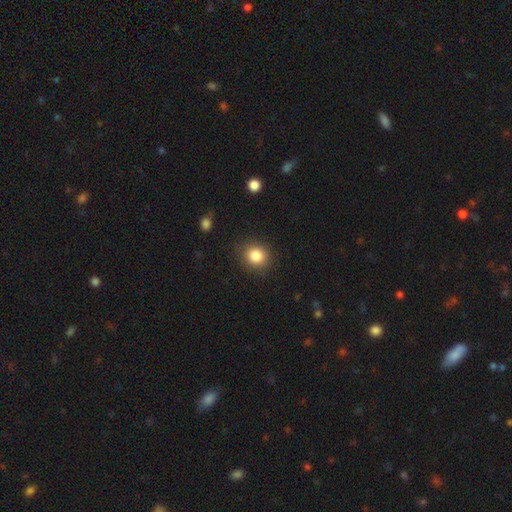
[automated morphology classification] Smooth or featured?
  - smooth: 84% *
  - star or artifact: 10%
  - featured or disk: 6%
How rounded?
  - round: 83% *
  - in between: 16%
  - cigar-shaped: 1%
Merging?
  - none: 87% *
  - minor disturbance: 9%
  - major disturbance: 3%
  - merger: 1%